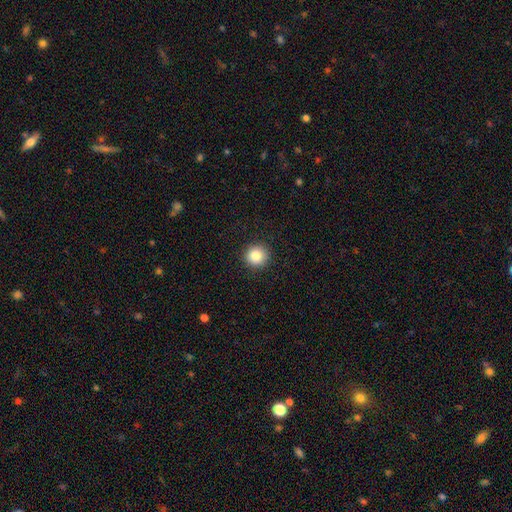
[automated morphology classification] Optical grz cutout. It shows a smooth galaxy with no disk features (84%) that is round (94%). Merging: none (92%).